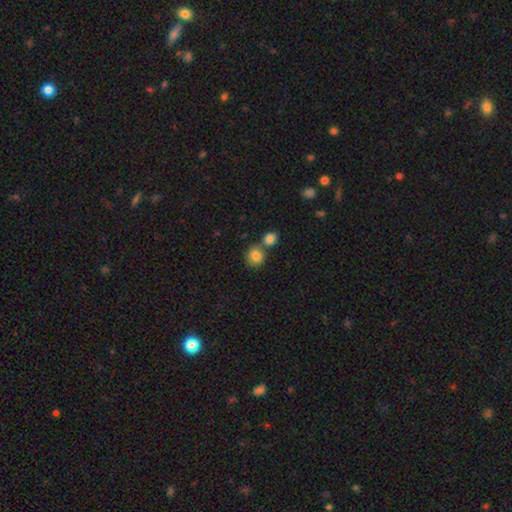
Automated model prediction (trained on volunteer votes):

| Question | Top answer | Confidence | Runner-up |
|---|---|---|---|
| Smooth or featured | smooth | 84% | star or artifact (9%) |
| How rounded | round | 82% | in between (17%) |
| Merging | none | 55% | merger (33%) |